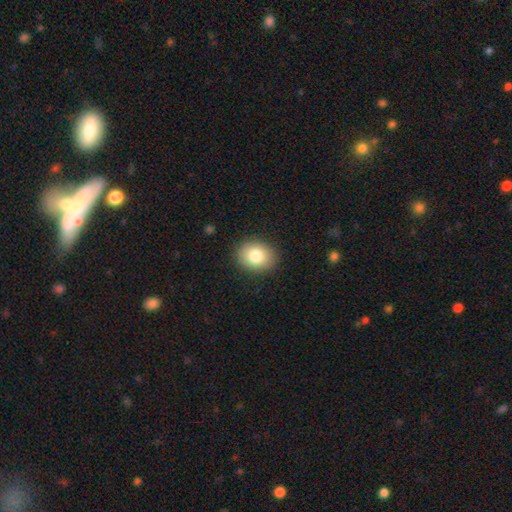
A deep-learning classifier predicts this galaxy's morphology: A smooth galaxy with no disk features (81%) that is round (52%). Merging: none (89%).